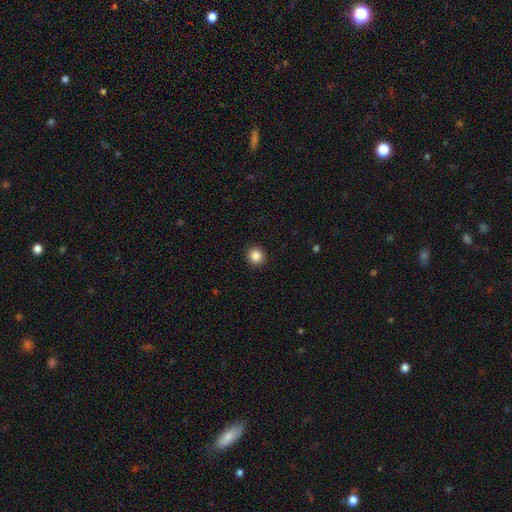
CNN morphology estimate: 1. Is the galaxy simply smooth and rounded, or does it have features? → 87% smooth, 10% star or artifact, 3% featured or disk.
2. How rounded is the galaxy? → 91% round, 8% in between, 1% cigar-shaped.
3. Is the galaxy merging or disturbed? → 93% none, 5% minor disturbance, 2% major disturbance, 1% merger.